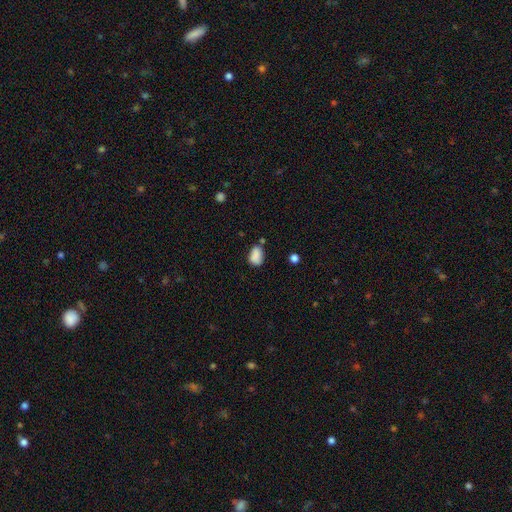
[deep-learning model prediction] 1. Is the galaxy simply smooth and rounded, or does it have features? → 85% smooth, 9% star or artifact, 6% featured or disk.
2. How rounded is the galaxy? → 79% in between, 20% round, 1% cigar-shaped.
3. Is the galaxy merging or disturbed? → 60% none, 25% minor disturbance, 9% merger, 6% major disturbance.